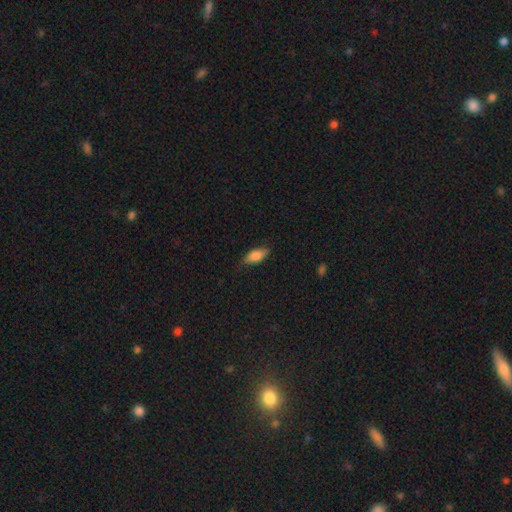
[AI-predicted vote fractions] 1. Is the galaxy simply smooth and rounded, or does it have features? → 82% smooth, 11% featured or disk, 7% star or artifact.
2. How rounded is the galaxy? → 84% in between, 13% cigar-shaped, 3% round.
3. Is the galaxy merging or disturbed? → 76% none, 19% minor disturbance, 4% major disturbance, 1% merger.